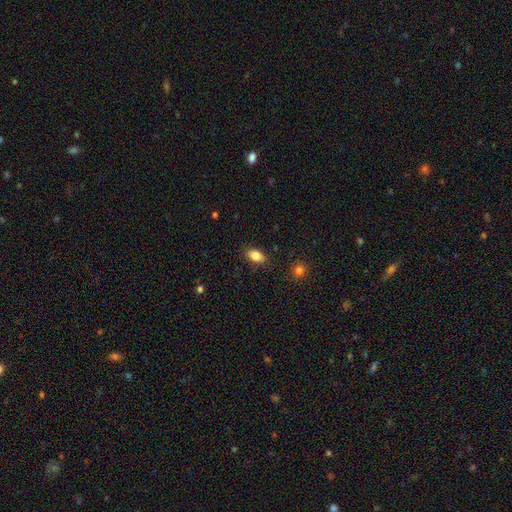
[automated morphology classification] smooth_or_featured: smooth (p=0.83) [alt: star or artifact p=0.09]
how_rounded: in between (p=0.87) [alt: round p=0.10]
merging: none (p=0.85) [alt: minor disturbance p=0.11]